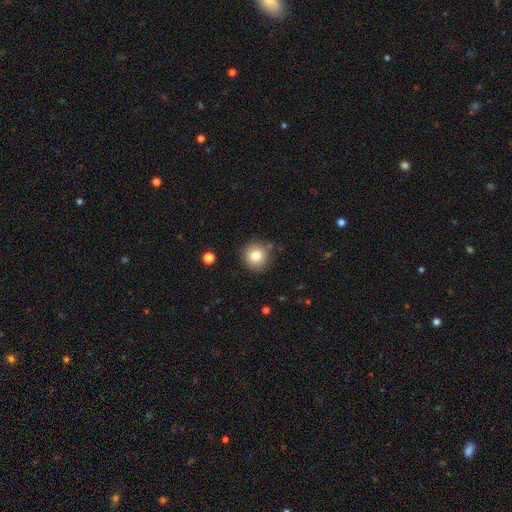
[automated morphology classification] Smooth or featured? Predicted: smooth (p=0.81). How rounded? Predicted: round (p=0.92). Merging? Predicted: none (p=0.81).